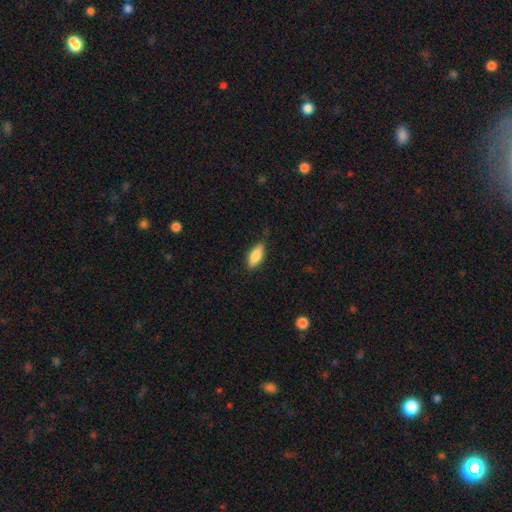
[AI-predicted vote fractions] A smooth galaxy with no disk features (83%) that is in between round and cigar-shaped (78%).

Vote fractions:
- Smooth or featured? smooth: 83% / featured or disk: 11% / star or artifact: 6%
- How rounded? in between: 78% / cigar-shaped: 20% / round: 2%
- Merging? none: 81% / minor disturbance: 15% / major disturbance: 3% / merger: 1%